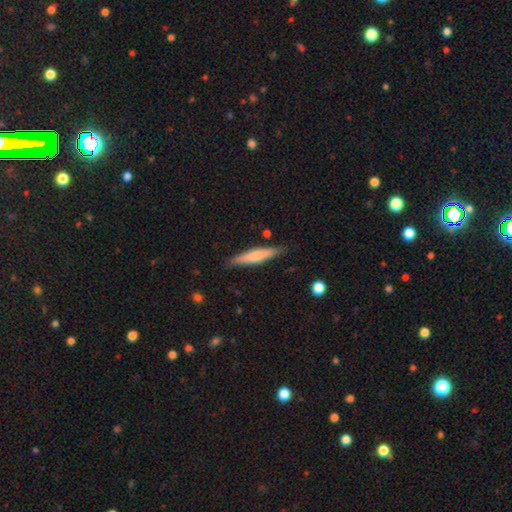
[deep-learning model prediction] Overall: smooth (61%; featured or disk 34%). How rounded: cigar-shaped (88%). Merging: none (85%).